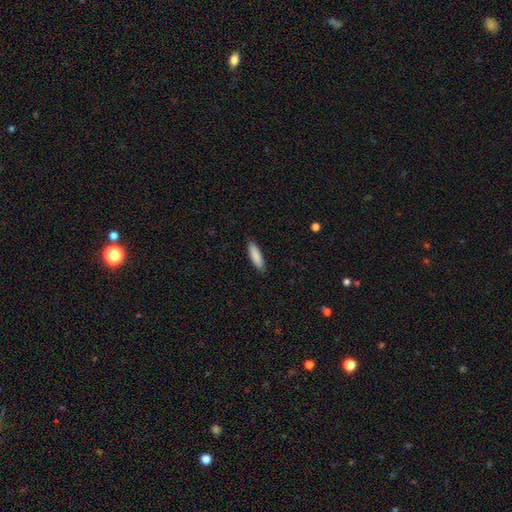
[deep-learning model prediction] smooth 88%, featured or disk 7%, star or artifact 6%. Down the decision tree: how rounded — cigar-shaped (61%); merging — none (88%).